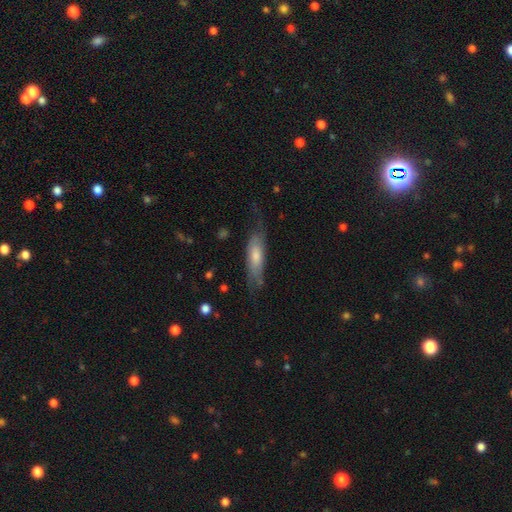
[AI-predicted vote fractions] The model was most divided on "how rounded" (2-way tie): cigar-shaped: 49%, in between: 49%, round: 2%. More confident: merging — none (56%); smooth or featured — smooth (51%).